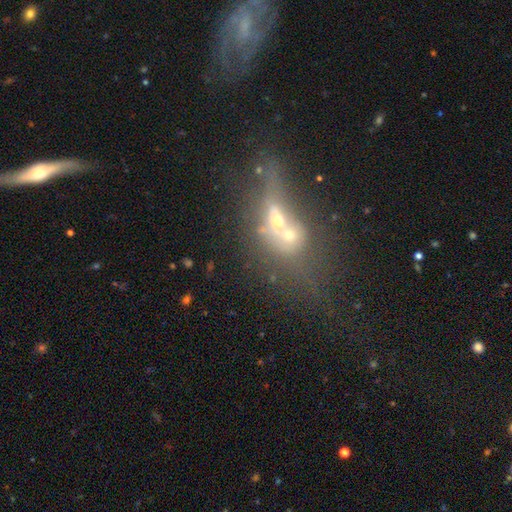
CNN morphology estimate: This appears to be a featured or disk galaxy (41%). Merging: merger (66%).